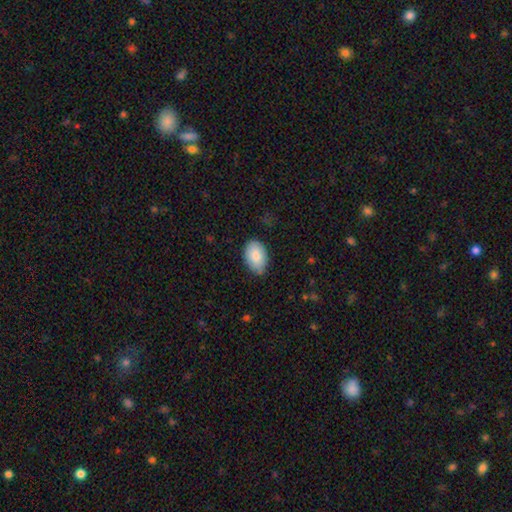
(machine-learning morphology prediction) Overall: smooth (84%). How rounded: in between (92%). Merging: none (77%).